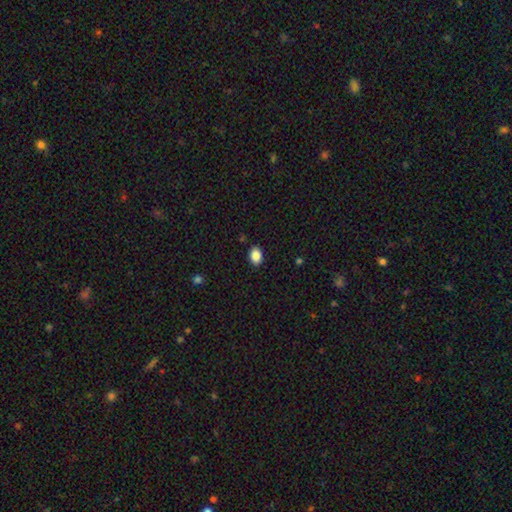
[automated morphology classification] Smooth or featured?
  - smooth: 88% *
  - star or artifact: 8%
  - featured or disk: 4%
How rounded?
  - in between: 75% *
  - round: 24%
  - cigar-shaped: 1%
Merging?
  - none: 89% *
  - minor disturbance: 8%
  - major disturbance: 2%
  - merger: 1%